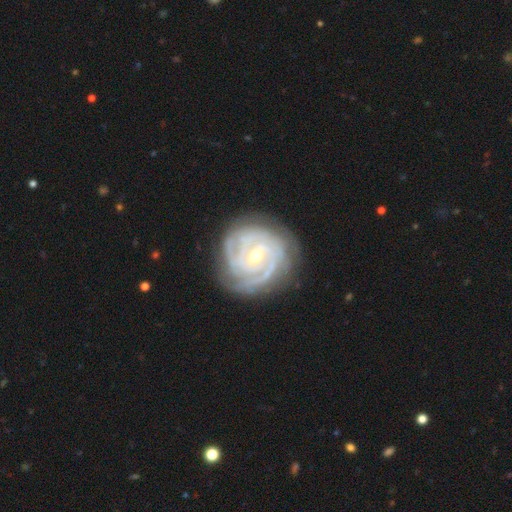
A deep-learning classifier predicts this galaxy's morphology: A featured or disk galaxy (90%) with no bar (45%), 3 (34%) tight (80%) spiral arms (98%) and a moderate central bulge (57%).

Vote fractions:
- Smooth or featured? featured or disk: 90% / smooth: 6% / star or artifact: 4%
- Edge-on disk? no: 98% / yes: 2%
- Bar? no: 45% / weak: 40% / strong: 15%
- Spiral arms? yes: 98% / no: 2%
- Spiral winding? tight: 80% / medium: 17% / loose: 3%
- Spiral arm count? 3: 34% / can't tell: 20% / 2: 17% / 4: 16% / more than 4: 7% / 1: 6%
- Bulge size? moderate: 57% / small: 39% / large: 2% / none: 1% / dominant: 1%
- Merging? none: 79% / minor disturbance: 15% / major disturbance: 4% / merger: 1%